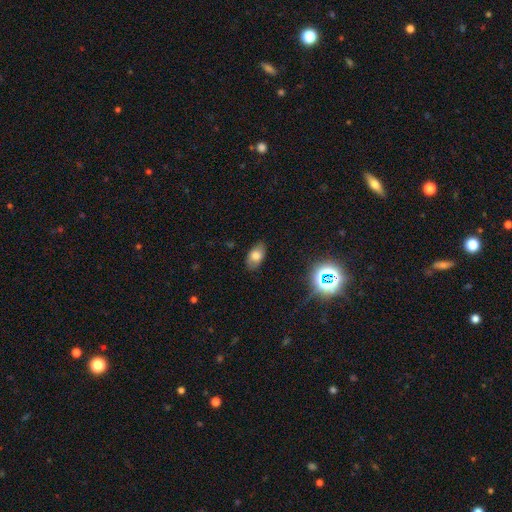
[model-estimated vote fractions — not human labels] A smooth galaxy with no disk features (76%) that is in between round and cigar-shaped (91%).

Vote fractions:
- Smooth or featured? smooth: 76% / featured or disk: 13% / star or artifact: 11%
- How rounded? in between: 91% / round: 7% / cigar-shaped: 2%
- Merging? none: 83% / minor disturbance: 13% / major disturbance: 3% / merger: 1%